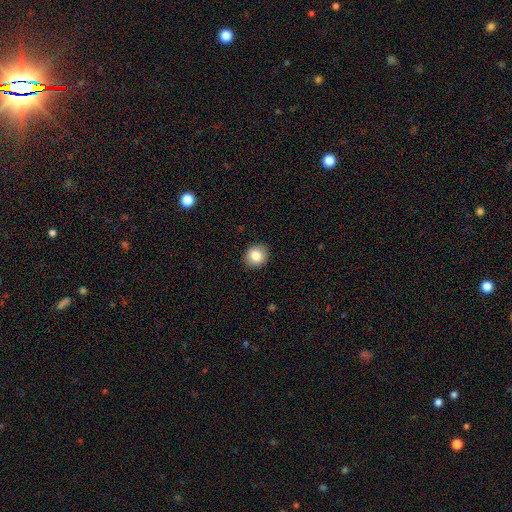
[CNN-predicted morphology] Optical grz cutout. It shows a smooth galaxy with no disk features (84%) that is round (87%). Merging: none (91%).